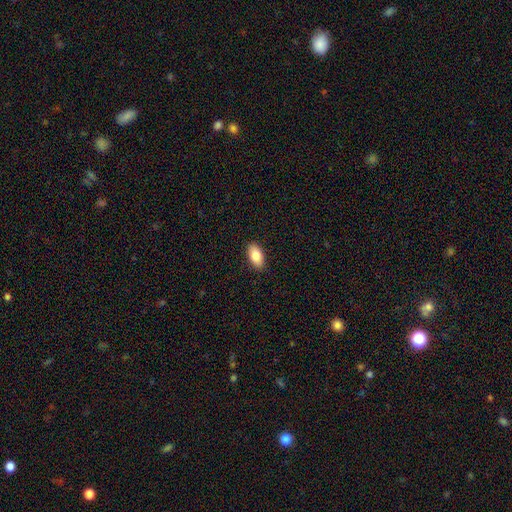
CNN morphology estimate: This appears to be a smooth galaxy with no disk features (83%) that is in between round and cigar-shaped (92%). Merging: none (90%).